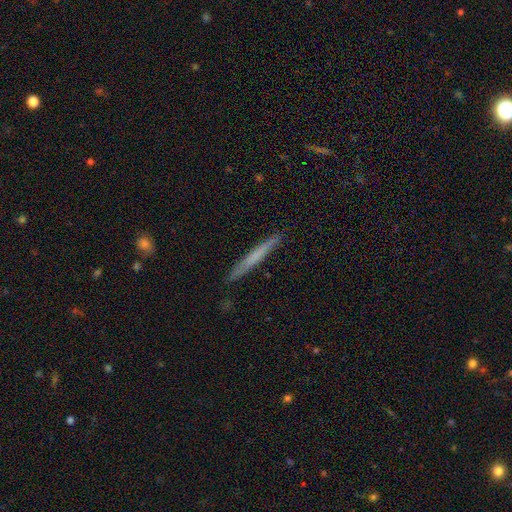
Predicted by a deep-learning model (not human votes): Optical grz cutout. It shows a smooth galaxy with no disk features (55%) that is cigar-shaped (97%). Merging: none (90%).